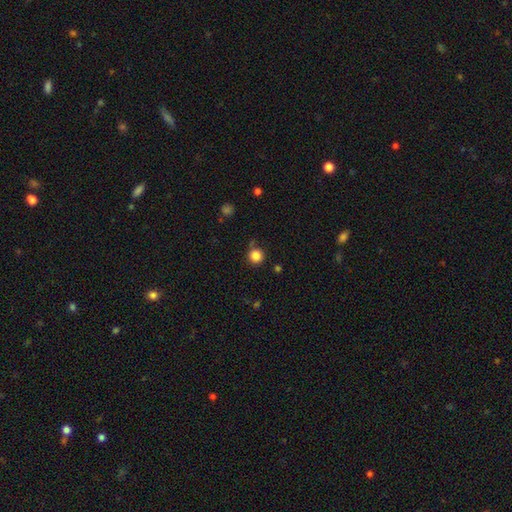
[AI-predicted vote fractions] Overall: smooth (84%). How rounded: round (94%). Merging: none (82%).